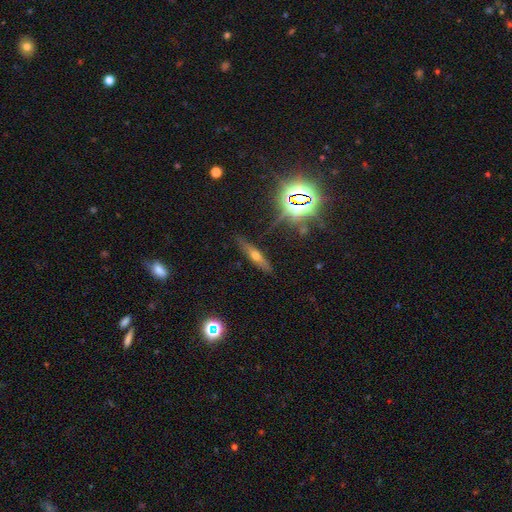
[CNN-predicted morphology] Smooth or featured: featured or disk — 44% (smooth — 39%)
Merging: none — 84% (minor disturbance — 11%)